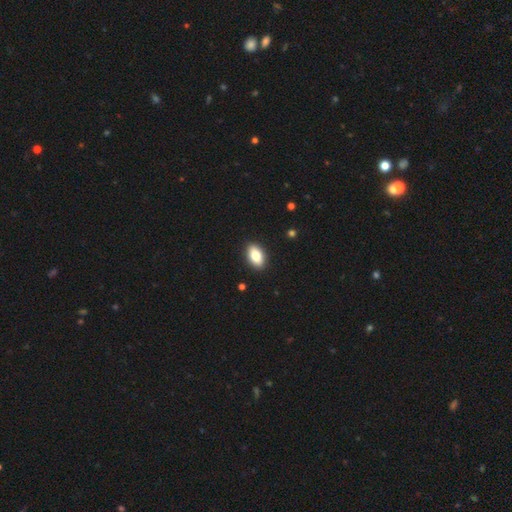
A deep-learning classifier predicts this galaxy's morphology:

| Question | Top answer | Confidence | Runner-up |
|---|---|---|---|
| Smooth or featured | smooth | 82% | featured or disk (11%) |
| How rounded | in between | 91% | round (6%) |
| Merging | none | 91% | minor disturbance (7%) |